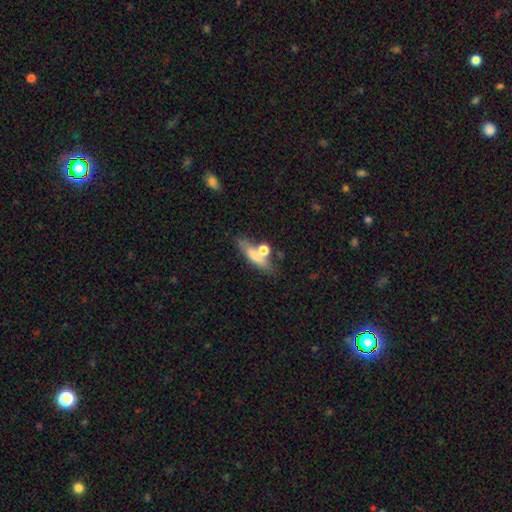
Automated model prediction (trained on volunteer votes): smooth_or_featured: smooth (p=0.66) [alt: featured or disk p=0.24]
how_rounded: cigar-shaped (p=0.59) [alt: in between p=0.31]
merging: none (p=0.60) [alt: merger p=0.19]